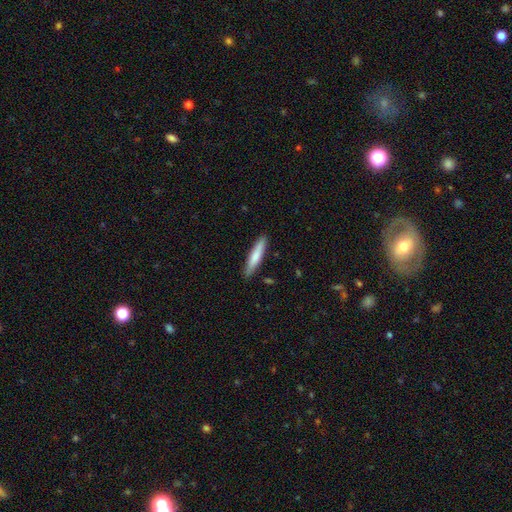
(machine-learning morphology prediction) A smooth galaxy with no disk features (75%) that is cigar-shaped (88%). Merging: none (87%).